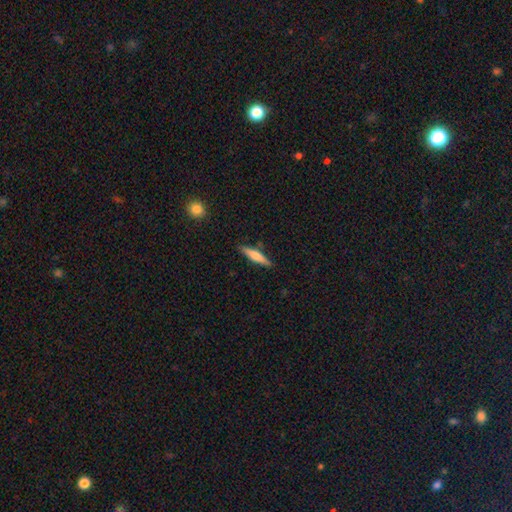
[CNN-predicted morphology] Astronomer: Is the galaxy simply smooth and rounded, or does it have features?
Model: smooth — 54% (runner-up: featured or disk, 40%).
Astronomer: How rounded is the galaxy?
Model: cigar-shaped — 85%.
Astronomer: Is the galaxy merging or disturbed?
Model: none — 87%.